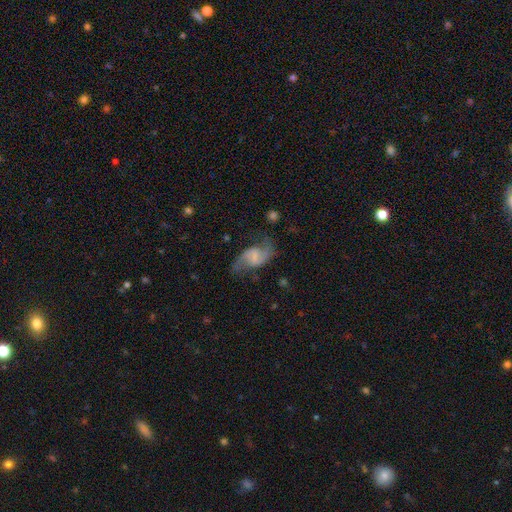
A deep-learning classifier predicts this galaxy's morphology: Overall: featured or disk (79%). Edge-on disk: no (97%). Bar: weak (53%; no 24%). Spiral arms: yes (94%). Spiral arm count: 2 (92%). Spiral winding: loose (64%; medium 30%). Bulge size: none (45%; small 31%). Merging: none (67%).